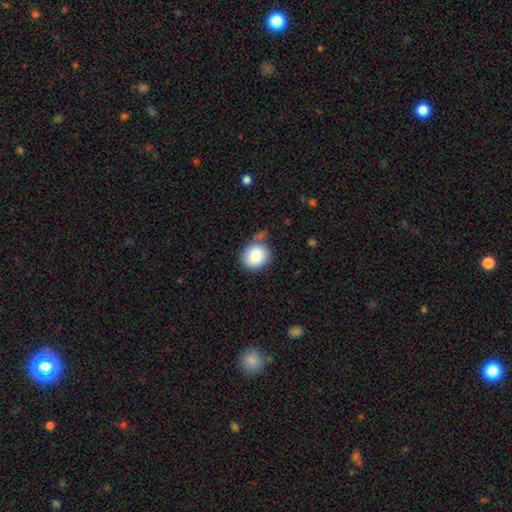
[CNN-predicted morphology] Smooth or featured? Predicted: smooth (p=0.88). How rounded? Predicted: round (p=0.67). Merging? Predicted: none (p=0.57).